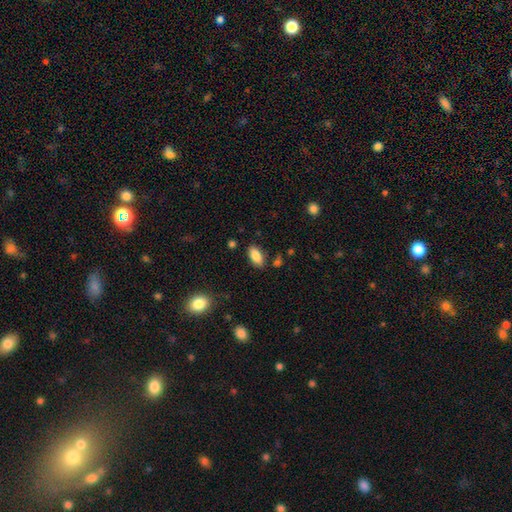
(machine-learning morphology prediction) type=smooth (86%); roundness=in between (90%); merging=none (83%).